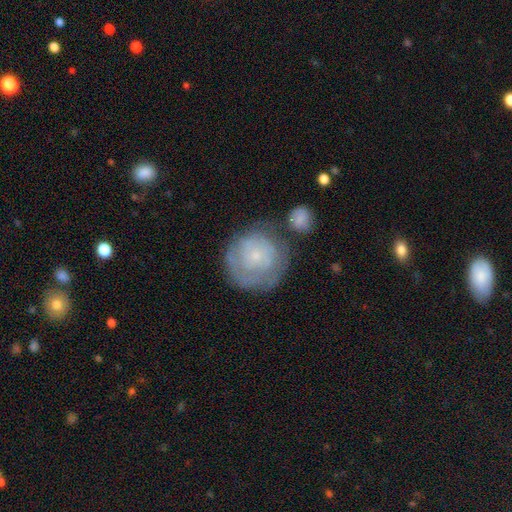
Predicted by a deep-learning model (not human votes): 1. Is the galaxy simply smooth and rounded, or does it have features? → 50% featured or disk, 43% smooth, 7% star or artifact.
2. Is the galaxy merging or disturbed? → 57% none, 21% minor disturbance, 11% merger, 11% major disturbance.